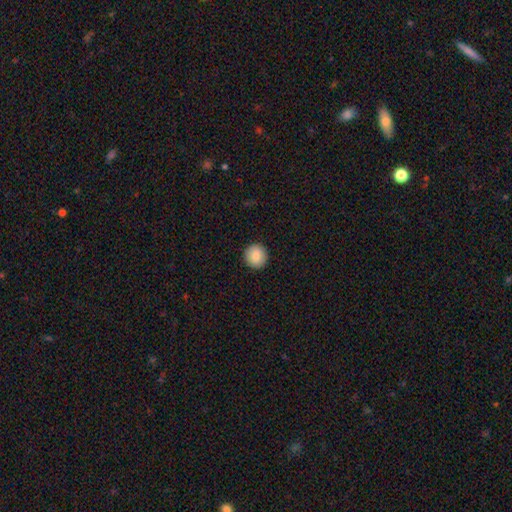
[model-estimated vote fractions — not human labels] Smooth or featured?
  - smooth: 87% *
  - star or artifact: 8%
  - featured or disk: 5%
How rounded?
  - round: 94% *
  - in between: 5%
  - cigar-shaped: 1%
Merging?
  - none: 93% *
  - minor disturbance: 5%
  - major disturbance: 1%
  - merger: 1%